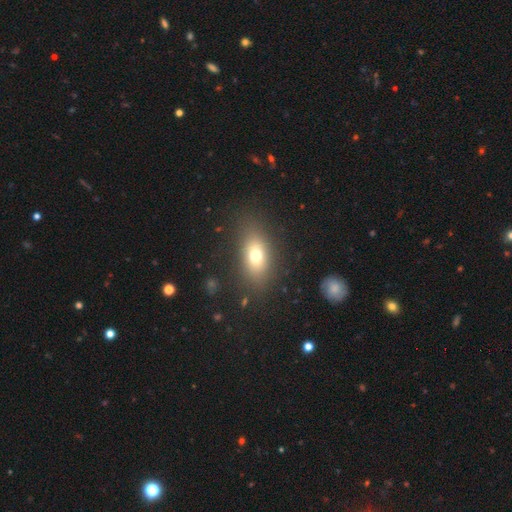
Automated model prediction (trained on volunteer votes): A smooth galaxy with no disk features (72%) that is in between round and cigar-shaped (79%).

Vote fractions:
- Smooth or featured? smooth: 72% / featured or disk: 16% / star or artifact: 12%
- How rounded? in between: 79% / round: 15% / cigar-shaped: 6%
- Merging? none: 81% / minor disturbance: 11% / major disturbance: 6% / merger: 2%